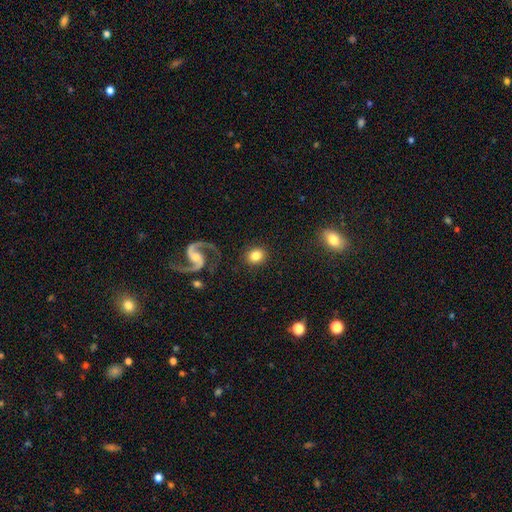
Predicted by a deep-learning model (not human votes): Smooth or featured?
  - smooth: 73% *
  - featured or disk: 18%
  - star or artifact: 9%
How rounded?
  - round: 75% *
  - in between: 24%
  - cigar-shaped: 1%
Merging?
  - none: 87% *
  - minor disturbance: 7%
  - major disturbance: 3%
  - merger: 2%